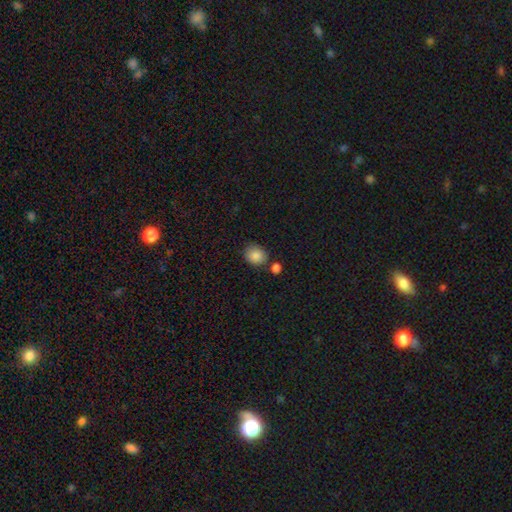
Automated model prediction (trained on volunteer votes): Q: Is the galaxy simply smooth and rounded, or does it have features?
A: smooth — 87%.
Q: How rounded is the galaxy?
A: round — 64%.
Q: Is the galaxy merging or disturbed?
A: none — 70%.